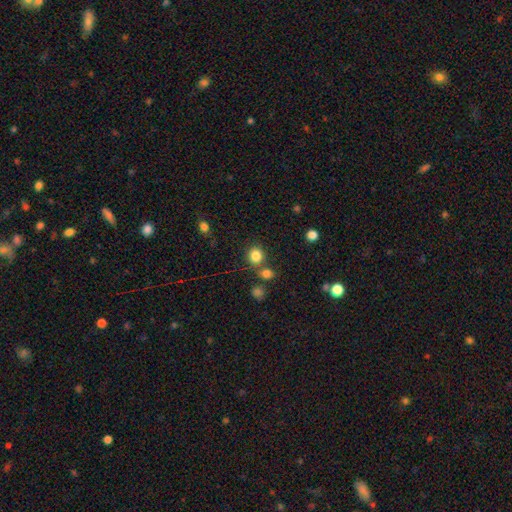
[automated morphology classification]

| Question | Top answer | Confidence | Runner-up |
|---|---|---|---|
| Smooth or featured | smooth | 82% | star or artifact (13%) |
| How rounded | round | 85% | in between (14%) |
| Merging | none | 74% | merger (14%) |